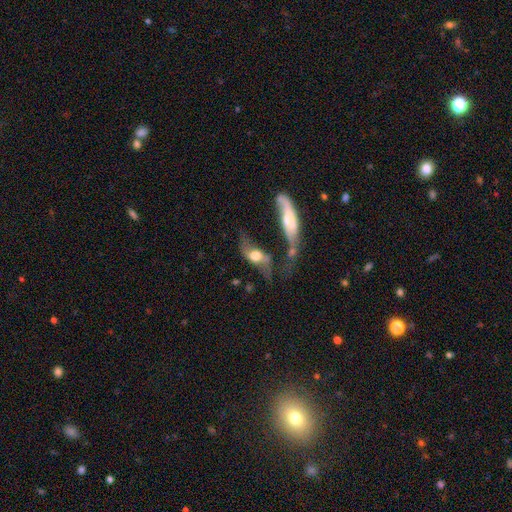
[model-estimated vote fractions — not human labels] Overall: featured or disk (58%; smooth 34%). Edge-on disk: no (59%; yes 41%). Merging: none (34%; merger 29%).